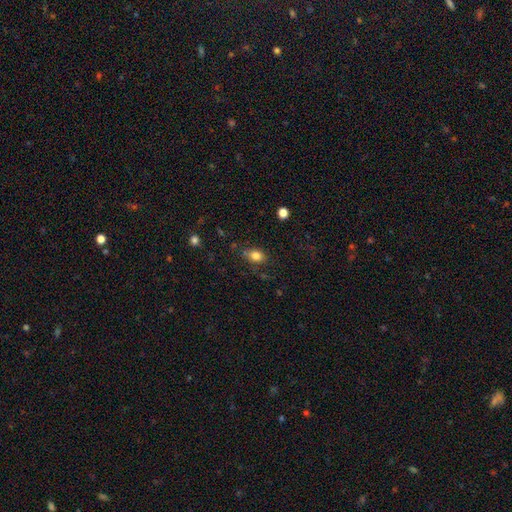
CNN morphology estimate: smooth-or-featured: smooth: 81% | star or artifact: 11% | featured or disk: 8%
  how-rounded: in between: 71% | round: 28% | cigar-shaped: 2%
  merging: none: 76% | minor disturbance: 17% | major disturbance: 4% | merger: 3%